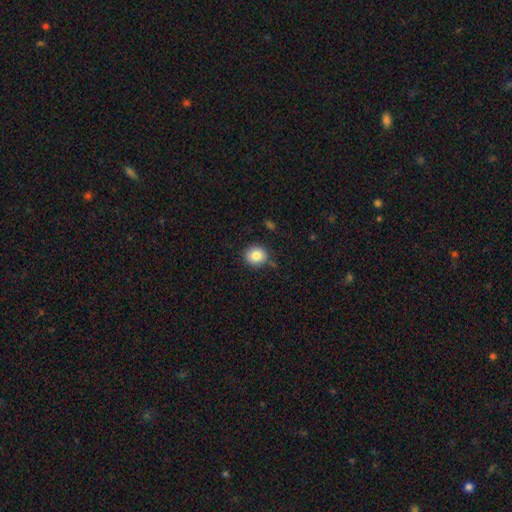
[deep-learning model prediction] Overall: smooth (83%). How rounded: round (84%). Merging: none (81%).